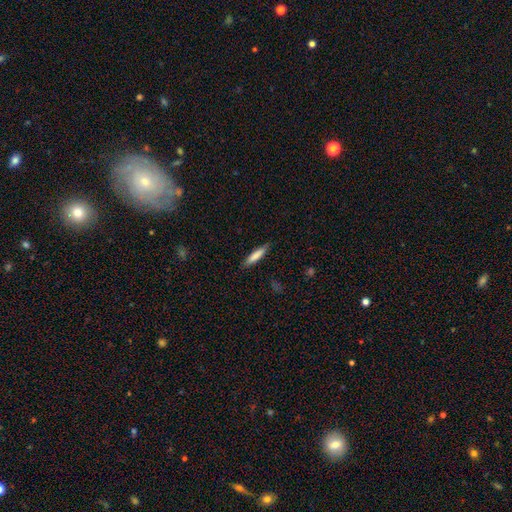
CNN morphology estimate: Smooth or featured? smooth (79%)
How rounded? cigar-shaped (84%)
Merging? none (85%)